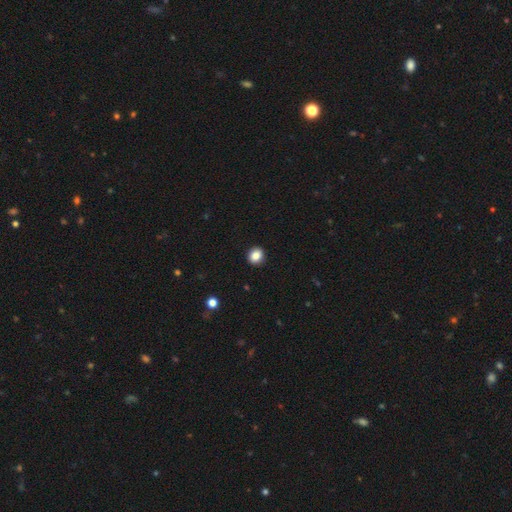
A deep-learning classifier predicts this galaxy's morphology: A smooth galaxy with no disk features (85%) that is round (79%). Merging: none (93%).